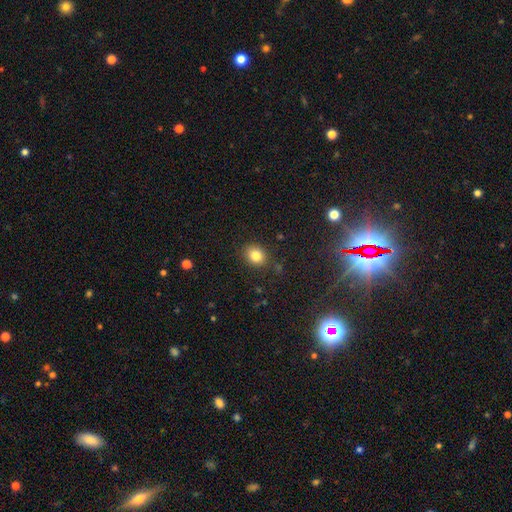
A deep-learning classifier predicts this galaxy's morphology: smooth_or_featured: smooth (p=0.83) [alt: star or artifact p=0.11]
how_rounded: round (p=0.65) [alt: in between p=0.34]
merging: none (p=0.85) [alt: minor disturbance p=0.10]